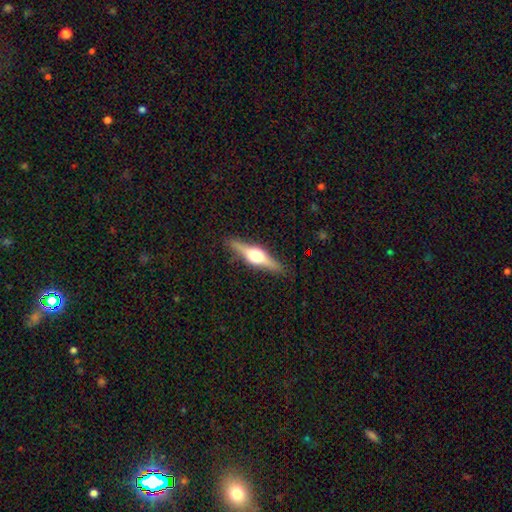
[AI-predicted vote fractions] The model was most divided on "smooth or featured": featured or disk: 75%, smooth: 19%, star or artifact: 6%. More confident: edge-on disk — yes (97%); edge-on bulge — rounded (94%); merging — none (88%).